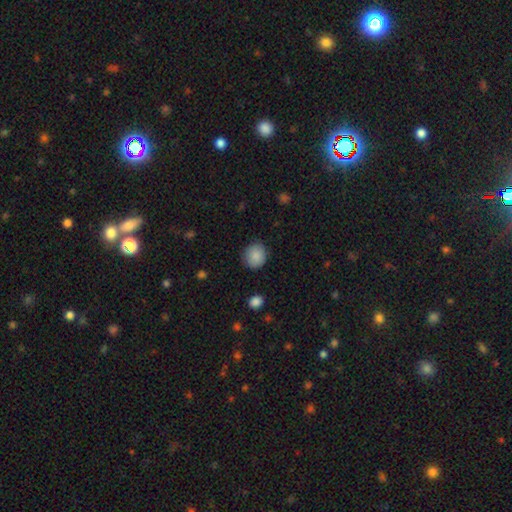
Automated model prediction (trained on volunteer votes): smooth-or-featured: smooth: 87% | star or artifact: 8% | featured or disk: 5%
  how-rounded: round: 83% | in between: 16% | cigar-shaped: 1%
  merging: none: 84% | minor disturbance: 12% | major disturbance: 3% | merger: 1%